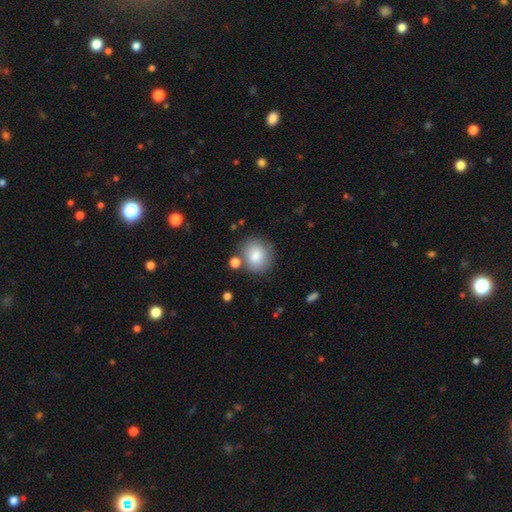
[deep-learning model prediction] Smooth or featured? smooth (84%)
How rounded? round (79%)
Merging? none (75%)